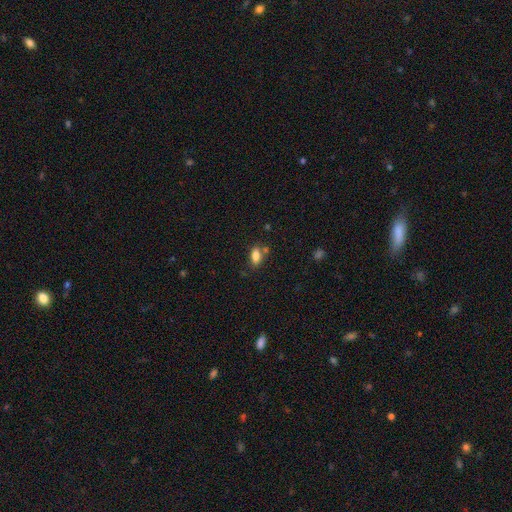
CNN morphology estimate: smooth-or-featured: smooth: 81% | featured or disk: 9% | star or artifact: 9%
  how-rounded: in between: 86% | cigar-shaped: 9% | round: 5%
  merging: none: 67% | minor disturbance: 15% | merger: 14% | major disturbance: 4%